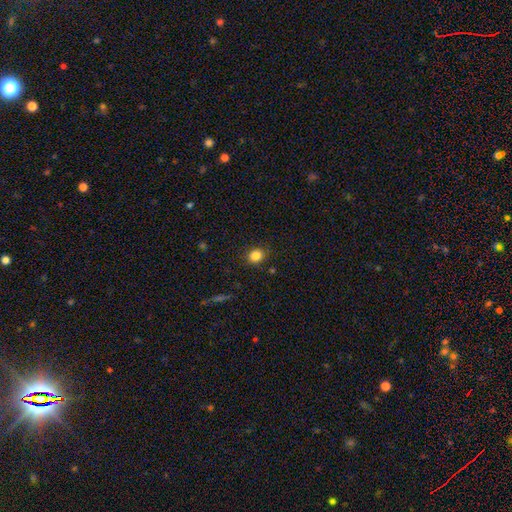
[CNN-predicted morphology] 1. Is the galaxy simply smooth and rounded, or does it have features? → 84% smooth, 11% star or artifact, 5% featured or disk.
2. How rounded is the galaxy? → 72% round, 27% in between, 1% cigar-shaped.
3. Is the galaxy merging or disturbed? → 88% none, 8% minor disturbance, 2% major disturbance, 1% merger.